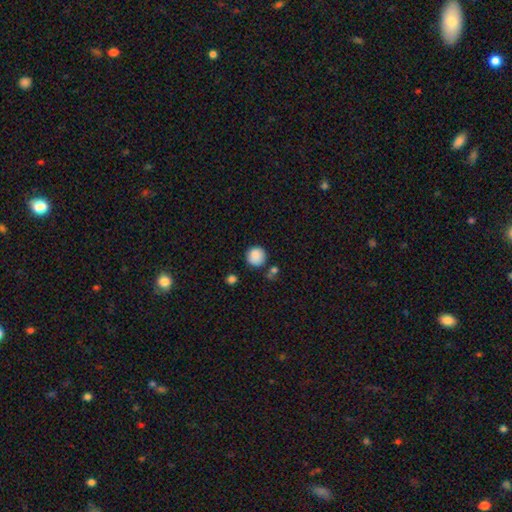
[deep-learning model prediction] The model was most divided on "merging": none: 77%, minor disturbance: 13%, merger: 6%, major disturbance: 3%. More confident: how rounded — round (93%); smooth or featured — smooth (87%).